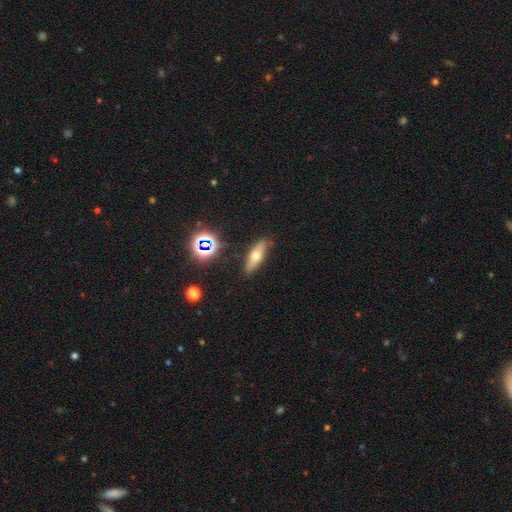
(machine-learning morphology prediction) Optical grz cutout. It shows a smooth galaxy with no disk features (54%) that is cigar-shaped (52%). Merging: none (85%).